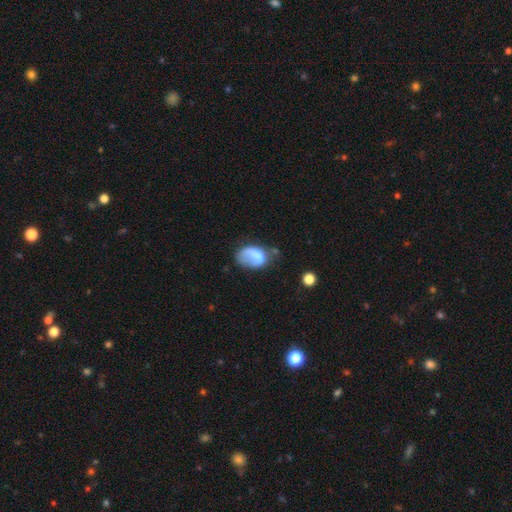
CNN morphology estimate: Q: Smooth or featured?
A: smooth (67%); runner-up: featured or disk (24%)
Q: How rounded?
A: in between (82%); runner-up: round (17%)
Q: Merging?
A: major disturbance (33%); runner-up: minor disturbance (30%)